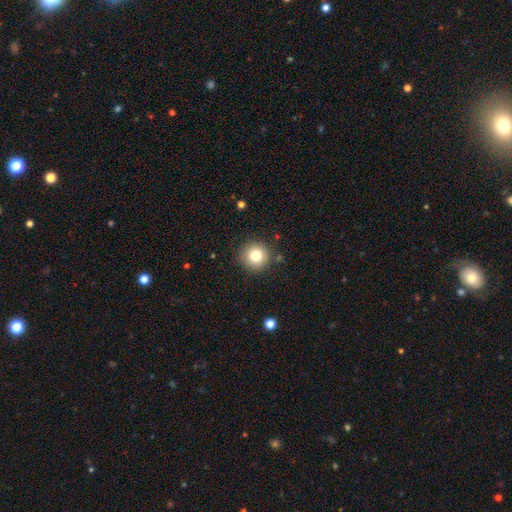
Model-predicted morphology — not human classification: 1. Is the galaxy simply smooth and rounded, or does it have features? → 79% smooth, 12% star or artifact, 9% featured or disk.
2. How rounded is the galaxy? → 95% round, 4% in between, 1% cigar-shaped.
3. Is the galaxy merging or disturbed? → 88% none, 8% minor disturbance, 2% major disturbance, 2% merger.